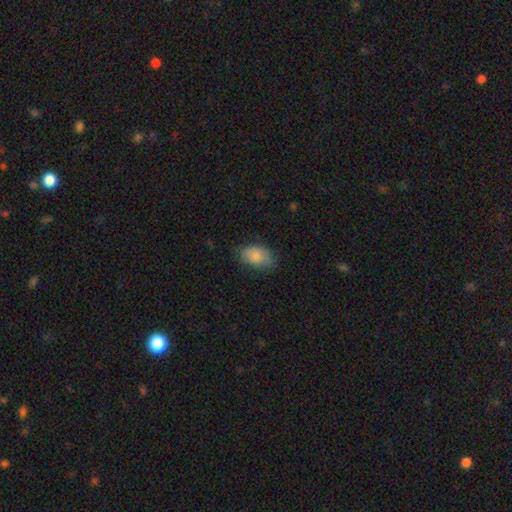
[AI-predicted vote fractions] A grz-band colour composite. It shows a smooth galaxy with no disk features (81%) that is in between round and cigar-shaped (88%). Merging: none (66%).